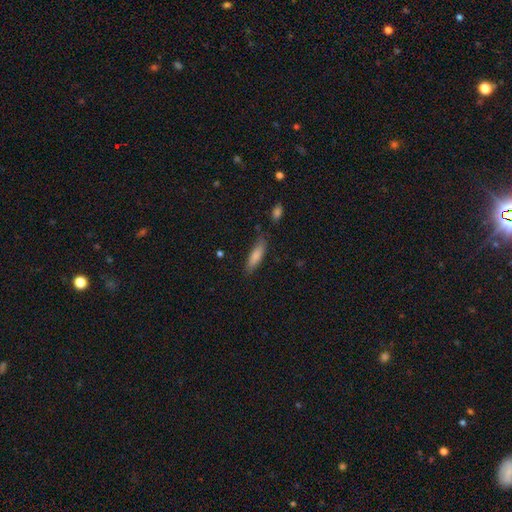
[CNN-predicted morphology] A smooth galaxy with no disk features (81%) that is cigar-shaped (59%).

Vote fractions:
- Smooth or featured? smooth: 81% / featured or disk: 12% / star or artifact: 7%
- How rounded? cigar-shaped: 59% / in between: 40% / round: 2%
- Merging? none: 72% / minor disturbance: 19% / major disturbance: 5% / merger: 3%